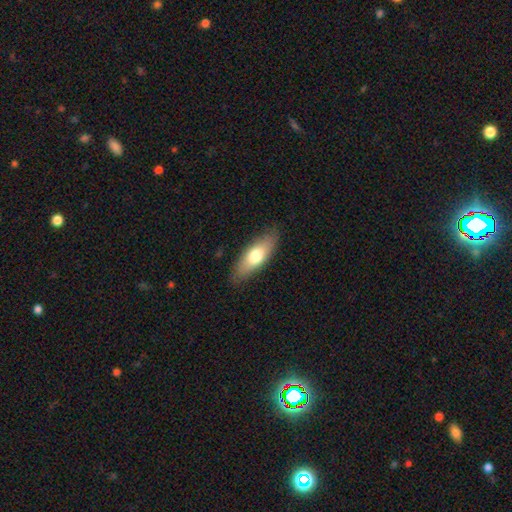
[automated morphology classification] A smooth galaxy with no disk features (70%) that is in between round and cigar-shaped (68%).

Vote fractions:
- Smooth or featured? smooth: 70% / featured or disk: 24% / star or artifact: 6%
- How rounded? in between: 68% / cigar-shaped: 29% / round: 2%
- Merging? none: 84% / minor disturbance: 12% / major disturbance: 3% / merger: 1%